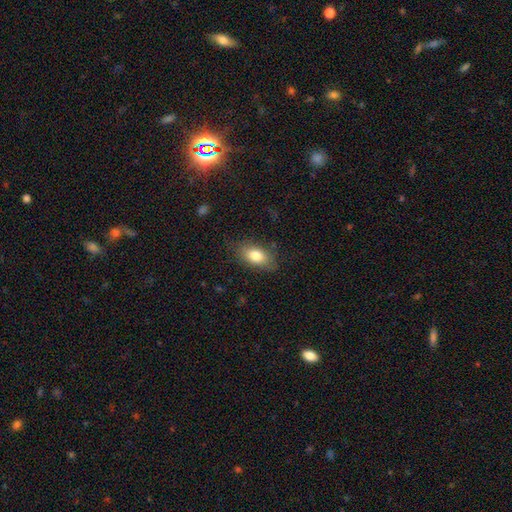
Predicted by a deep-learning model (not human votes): A smooth galaxy with no disk features (80%) that is in between round and cigar-shaped (89%). Merging: none (80%).